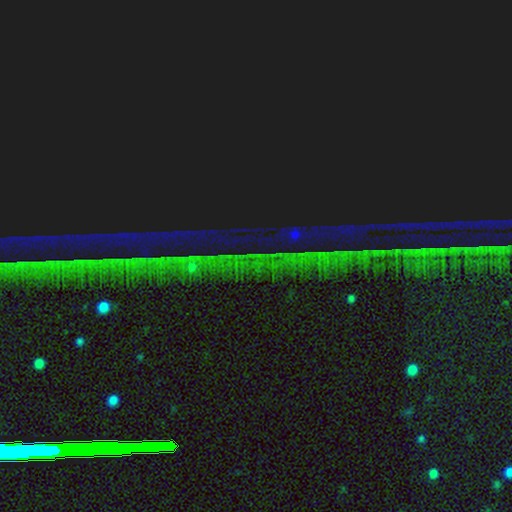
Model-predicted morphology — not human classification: A star or artifact, not a galaxy (87%).

Vote fractions:
- Smooth or featured? star or artifact: 87% / featured or disk: 7% / smooth: 6%